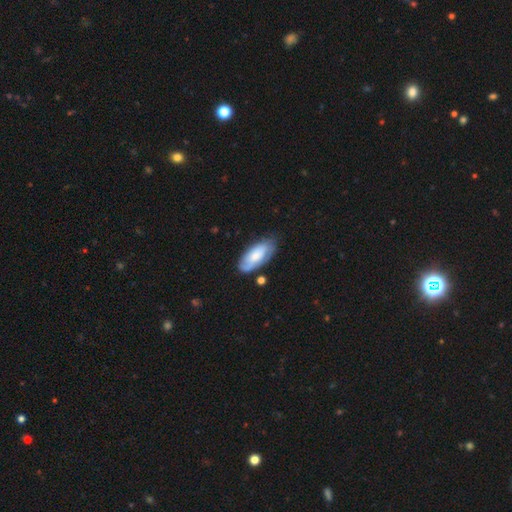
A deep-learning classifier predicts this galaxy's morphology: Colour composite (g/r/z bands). It shows a smooth galaxy with no disk features (60%) that is in between round and cigar-shaped (88%). Merging: none (69%).